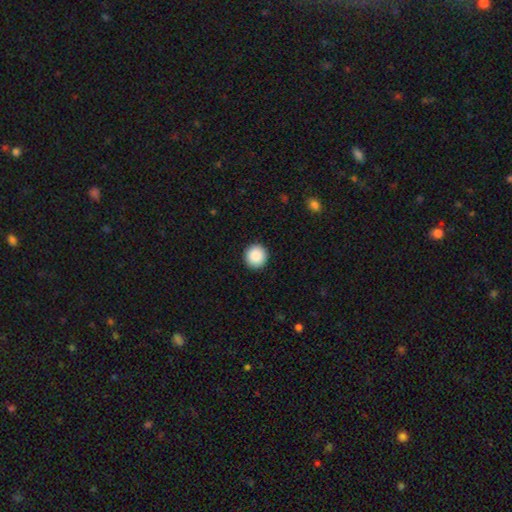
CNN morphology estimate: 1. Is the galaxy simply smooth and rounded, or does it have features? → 89% smooth, 8% star or artifact, 3% featured or disk.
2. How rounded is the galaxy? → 93% round, 6% in between, 1% cigar-shaped.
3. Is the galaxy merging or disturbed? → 93% none, 5% minor disturbance, 1% major disturbance, 1% merger.